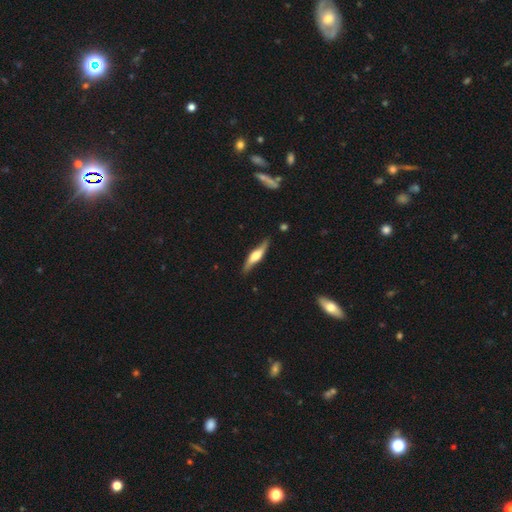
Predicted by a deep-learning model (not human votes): Q: Smooth or featured?
A: featured or disk (62%); runner-up: smooth (33%)
Q: Edge-on disk?
A: yes (83%); runner-up: no (17%)
Q: Edge-on bulge?
A: rounded (83%); runner-up: boxy (12%)
Q: Merging?
A: none (79%); runner-up: minor disturbance (16%)